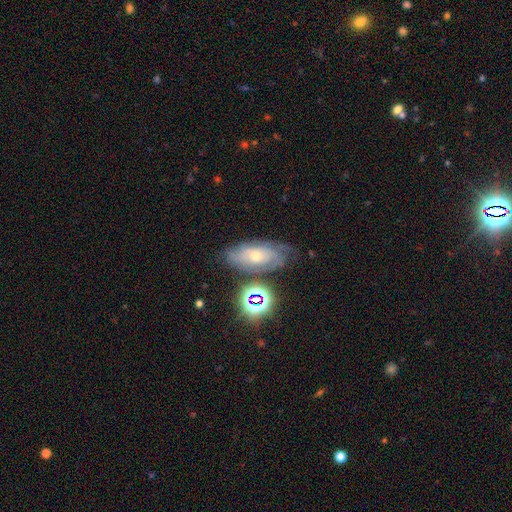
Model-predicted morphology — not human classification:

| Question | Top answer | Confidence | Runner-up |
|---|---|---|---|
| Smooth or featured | featured or disk | 60% | smooth (20%) |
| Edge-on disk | no | 89% | yes (11%) |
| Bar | no | 71% | weak (23%) |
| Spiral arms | yes | 87% | no (13%) |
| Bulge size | small | 53% | moderate (41%) |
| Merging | none | 65% | minor disturbance (21%) |